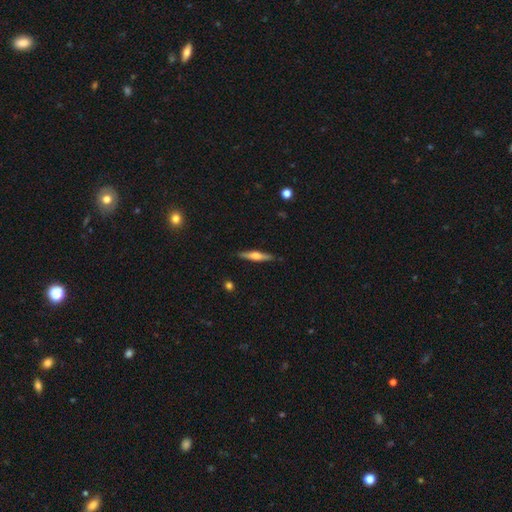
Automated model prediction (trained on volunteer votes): Morphology: type=featured or disk (56%); edge-on=yes (96%); edge-on bulge=rounded (88%); merging=none (90%).